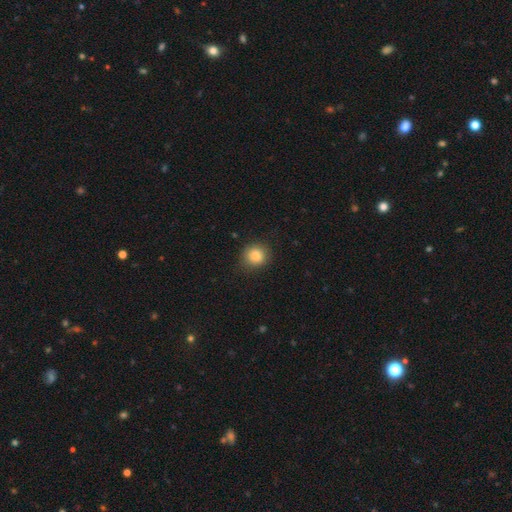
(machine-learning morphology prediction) smooth_or_featured: smooth (p=0.86) [alt: star or artifact p=0.09]
how_rounded: round (p=0.82) [alt: in between p=0.17]
merging: none (p=0.82) [alt: minor disturbance p=0.13]